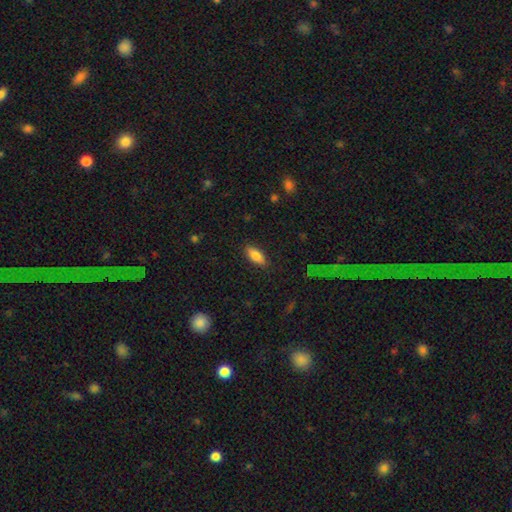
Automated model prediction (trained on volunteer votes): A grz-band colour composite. It shows a smooth galaxy with no disk features (82%) that is in between round and cigar-shaped (79%). Merging: none (86%).